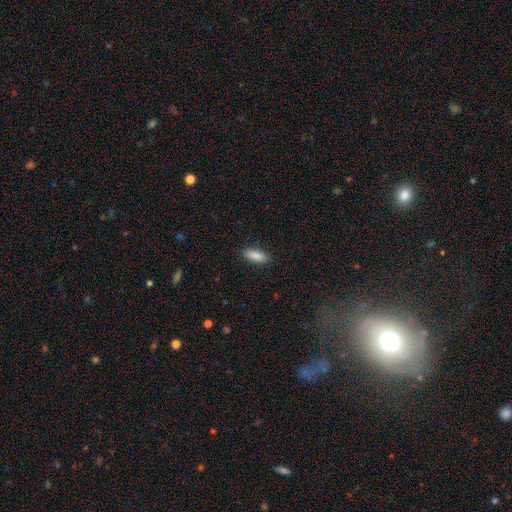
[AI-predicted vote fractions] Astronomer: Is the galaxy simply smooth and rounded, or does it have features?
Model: smooth — 88%.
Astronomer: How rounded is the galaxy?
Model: in between — 76%.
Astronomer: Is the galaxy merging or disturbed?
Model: none — 88%.